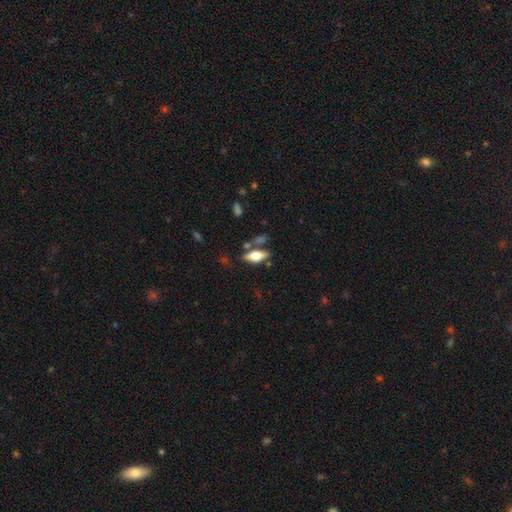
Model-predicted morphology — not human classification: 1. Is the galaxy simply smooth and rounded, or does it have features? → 50% smooth, 42% featured or disk, 8% star or artifact.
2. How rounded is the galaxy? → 70% in between, 27% cigar-shaped, 3% round.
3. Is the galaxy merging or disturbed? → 70% none, 14% minor disturbance, 11% merger, 5% major disturbance.